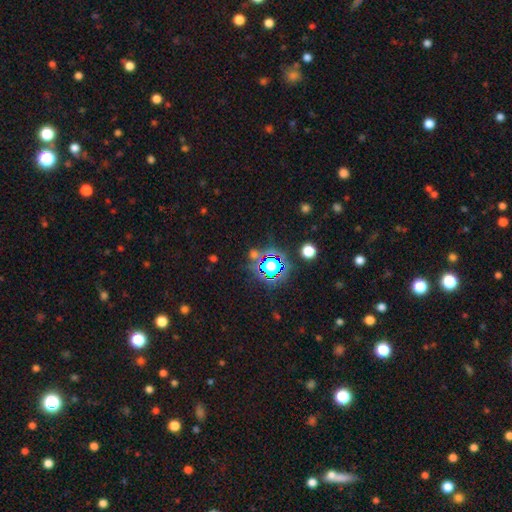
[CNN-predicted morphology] This is likely a star or artifact rather than a galaxy (73%).